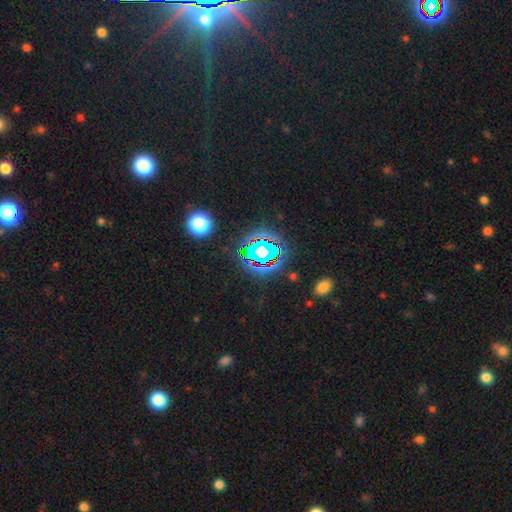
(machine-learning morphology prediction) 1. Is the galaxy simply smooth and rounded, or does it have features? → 73% star or artifact, 15% smooth, 13% featured or disk.